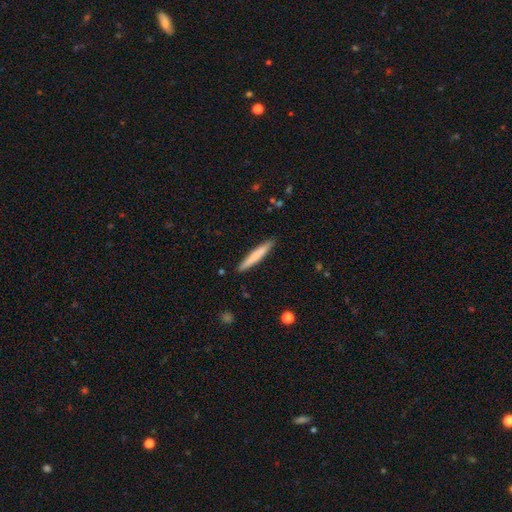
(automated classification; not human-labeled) This appears to be a smooth galaxy with no disk features (69%) that is cigar-shaped (95%). Merging: none (90%).